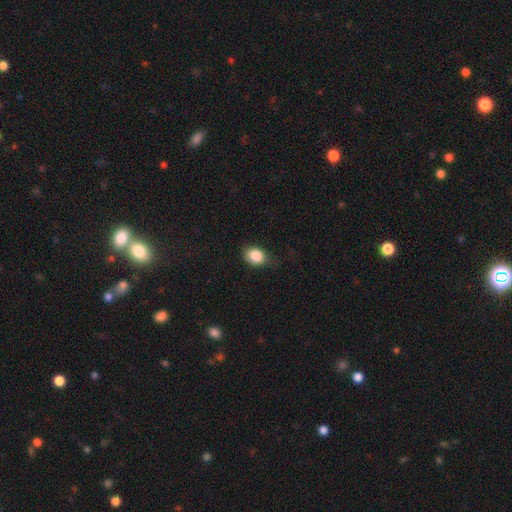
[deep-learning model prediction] This is clearly a smooth galaxy (85%). How rounded: likely in between (68%). Merging: likely none (74%).